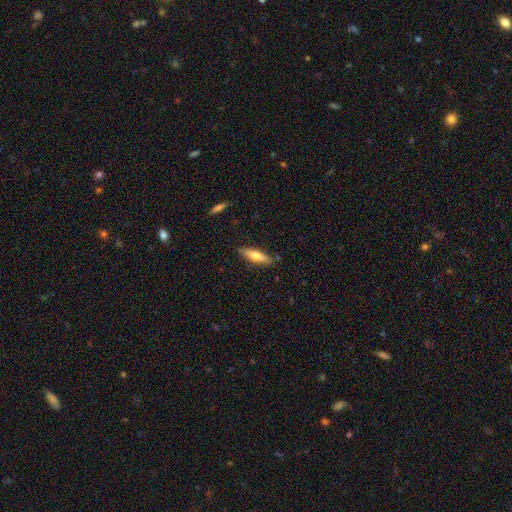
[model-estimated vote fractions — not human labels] A smooth galaxy with no disk features (56%) that is cigar-shaped (72%).

Vote fractions:
- Smooth or featured? smooth: 56% / featured or disk: 38% / star or artifact: 6%
- How rounded? cigar-shaped: 72% / in between: 26% / round: 2%
- Merging? none: 85% / minor disturbance: 11% / major disturbance: 2% / merger: 2%